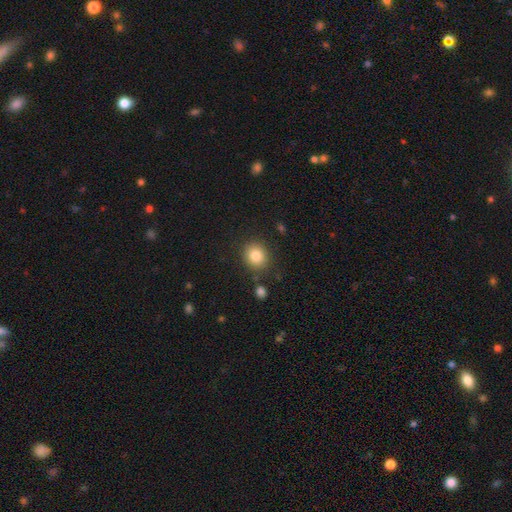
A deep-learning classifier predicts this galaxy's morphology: smooth-or-featured: smooth: 83% | star or artifact: 10% | featured or disk: 7%
  how-rounded: round: 78% | in between: 21% | cigar-shaped: 1%
  merging: none: 85% | minor disturbance: 9% | merger: 3% | major disturbance: 3%